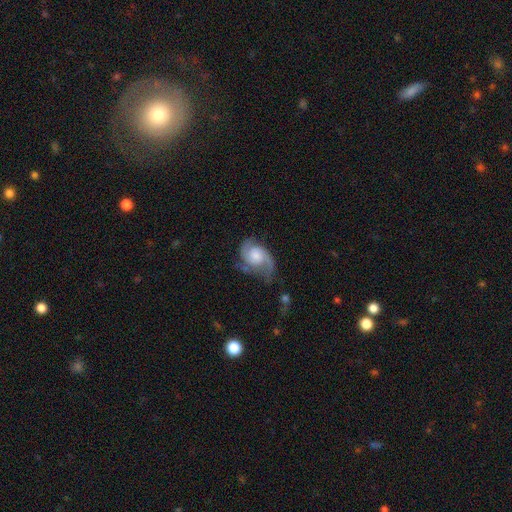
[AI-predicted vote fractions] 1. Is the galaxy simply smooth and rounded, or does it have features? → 80% featured or disk, 14% smooth, 6% star or artifact.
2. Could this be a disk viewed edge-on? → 98% no, 2% yes.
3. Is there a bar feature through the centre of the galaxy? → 67% no, 29% weak, 4% strong.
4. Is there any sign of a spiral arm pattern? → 95% yes, 5% no.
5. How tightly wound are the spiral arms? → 48% medium, 28% tight, 23% loose.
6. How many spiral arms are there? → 82% 2, 6% can't tell, 6% 1, 4% 3, 1% 4, 1% more than 4.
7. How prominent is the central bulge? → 41% moderate, 29% small, 17% large, 10% none, 3% dominant.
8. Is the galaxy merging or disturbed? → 54% none, 26% minor disturbance, 17% major disturbance, 3% merger.